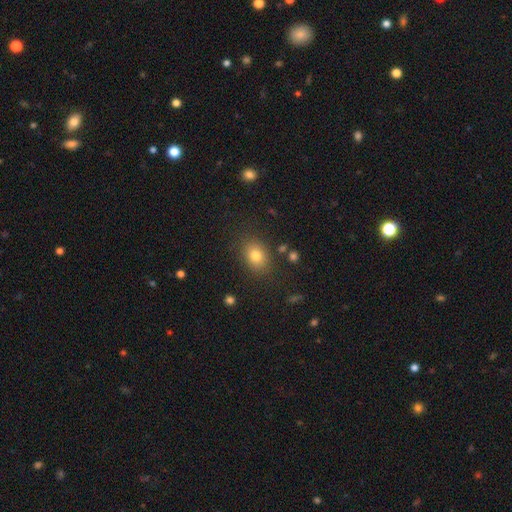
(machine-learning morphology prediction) Smooth or featured? smooth (78%)
How rounded? in between (58%)
Merging? none (83%)